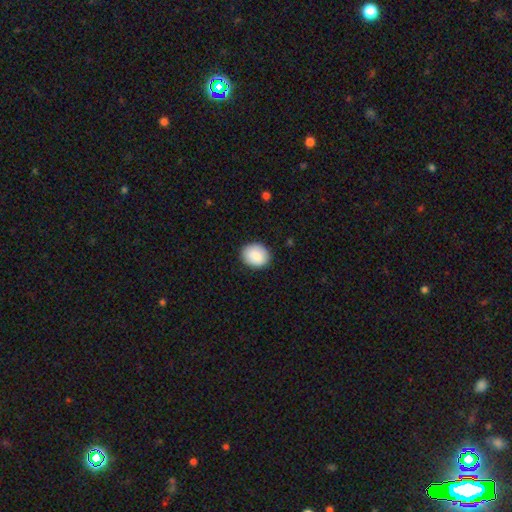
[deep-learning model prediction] Smooth or featured: smooth — 89% (star or artifact — 7%)
How rounded: round — 58% (in between — 42%)
Merging: none — 88% (minor disturbance — 9%)